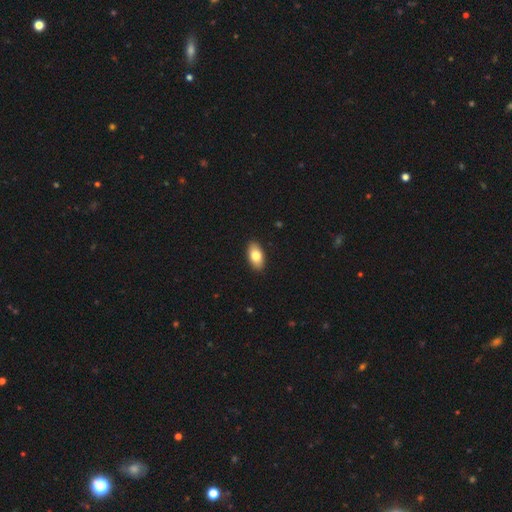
smooth-or-featured: smooth: 79% | featured or disk: 18% | star or artifact: 3%
  how-rounded: in between: 97% | cigar-shaped: 3% | round: 0%
  merging: none: 92% | minor disturbance: 8% | major disturbance: 0% | merger: 0%